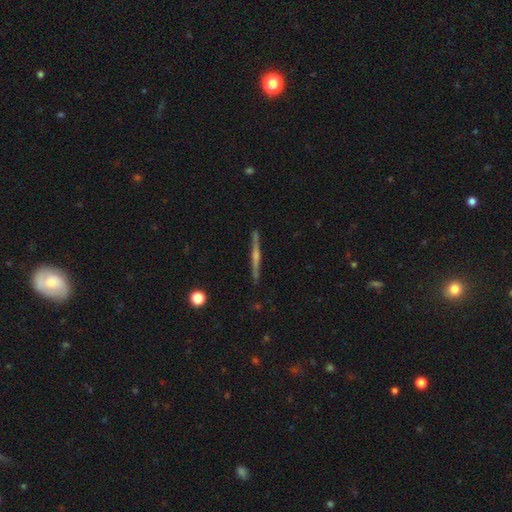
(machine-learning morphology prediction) featured or disk 65%, smooth 23%, star or artifact 13%. Down the decision tree: edge-on disk — yes (95%); edge-on bulge — rounded (72%); merging — none (87%).